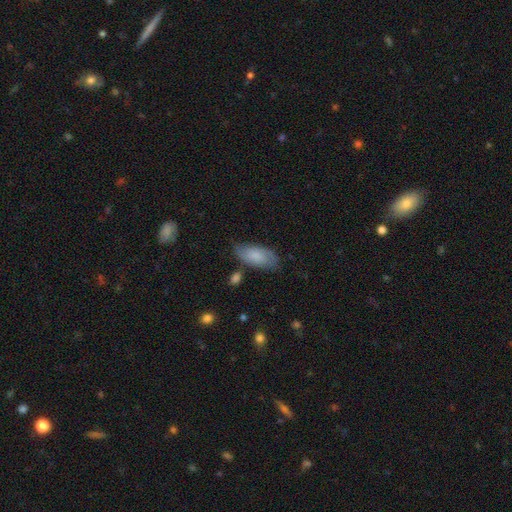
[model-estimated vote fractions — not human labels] smooth 64%, featured or disk 29%, star or artifact 7%. Down the decision tree: how rounded — in between (89%); merging — none (68%).